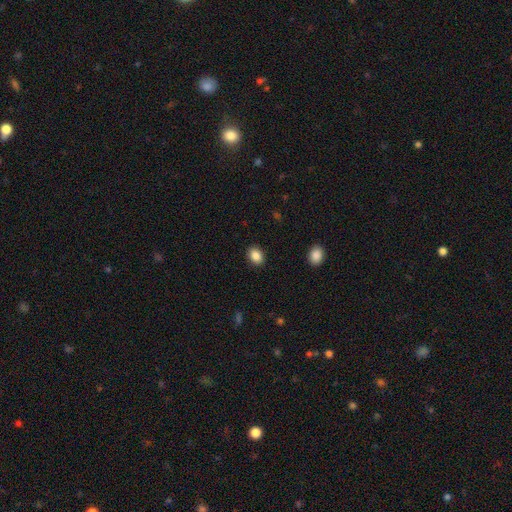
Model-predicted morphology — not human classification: Q: Smooth or featured?
A: smooth (88%); runner-up: star or artifact (9%)
Q: How rounded?
A: in between (68%); runner-up: round (31%)
Q: Merging?
A: none (89%); runner-up: minor disturbance (8%)